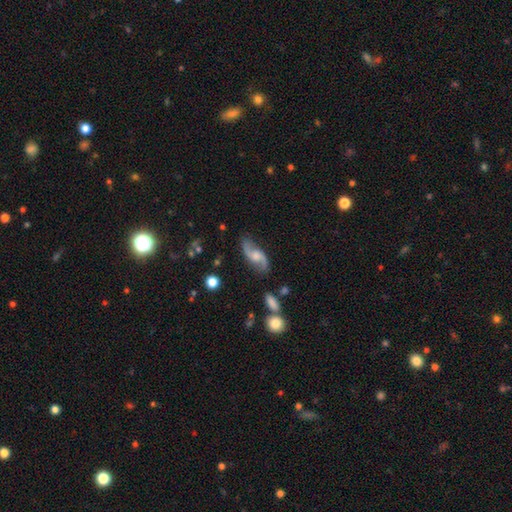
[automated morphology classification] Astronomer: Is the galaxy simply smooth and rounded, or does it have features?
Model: featured or disk — 80%.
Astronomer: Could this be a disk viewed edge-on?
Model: no — 94%.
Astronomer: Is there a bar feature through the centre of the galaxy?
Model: no — 53% (runner-up: weak, 39%).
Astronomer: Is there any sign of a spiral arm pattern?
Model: yes — 95%.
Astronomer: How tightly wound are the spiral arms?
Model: loose — 75%.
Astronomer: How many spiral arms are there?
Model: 2 — 93%.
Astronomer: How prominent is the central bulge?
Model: moderate — 41% (runner-up: small, 25%).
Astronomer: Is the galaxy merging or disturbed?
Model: none — 76%.